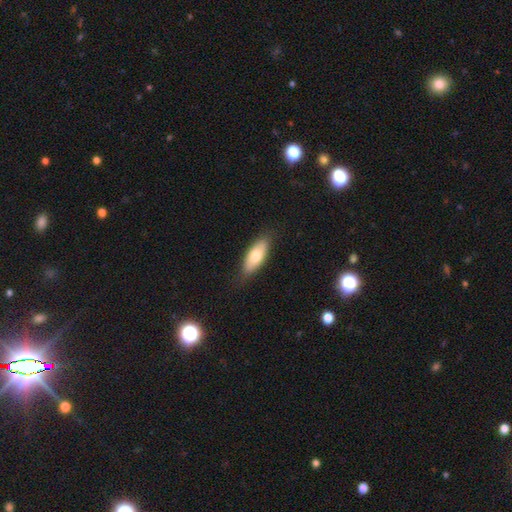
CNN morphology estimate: A smooth galaxy with no disk features (71%) that is in between round and cigar-shaped (78%). Merging: none (83%).